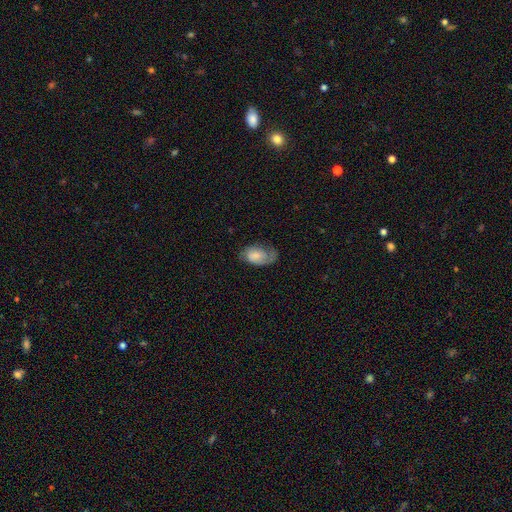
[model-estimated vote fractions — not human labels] A smooth galaxy with no disk features (55%) that is in between round and cigar-shaped (90%). Merging: none (47%).